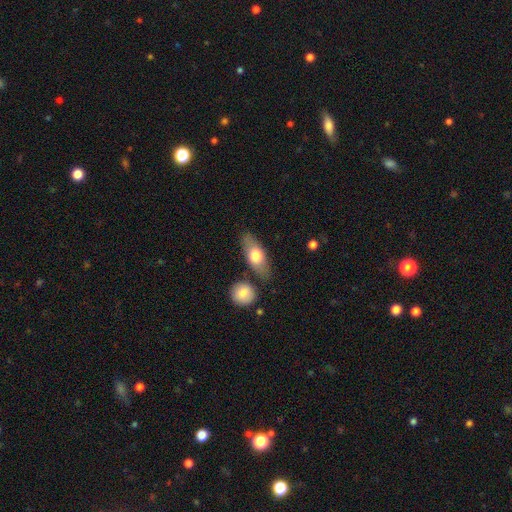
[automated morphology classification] This is likely a smooth galaxy (66%). How rounded: likely in between (72%). Merging: likely none (75%).